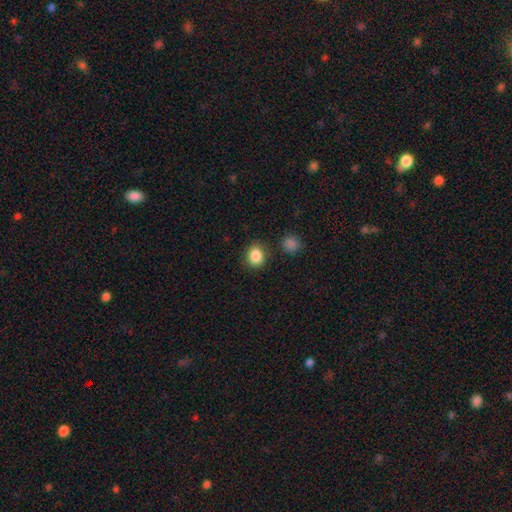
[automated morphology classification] This appears to be a smooth galaxy with no disk features (87%) that is round (61%). Merging: none (82%).